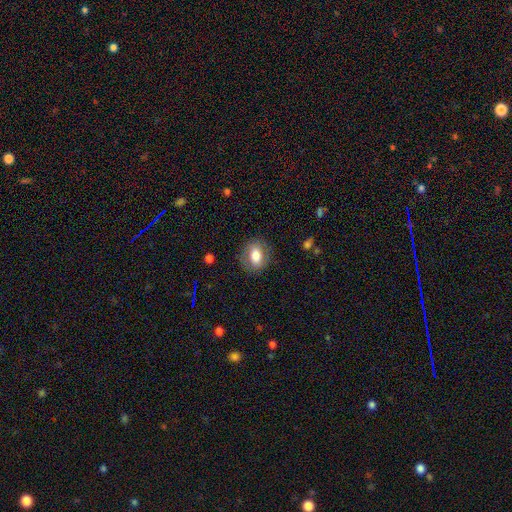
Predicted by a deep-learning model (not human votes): Morphology: type=smooth (72%); roundness=in between (61%); merging=none (83%).